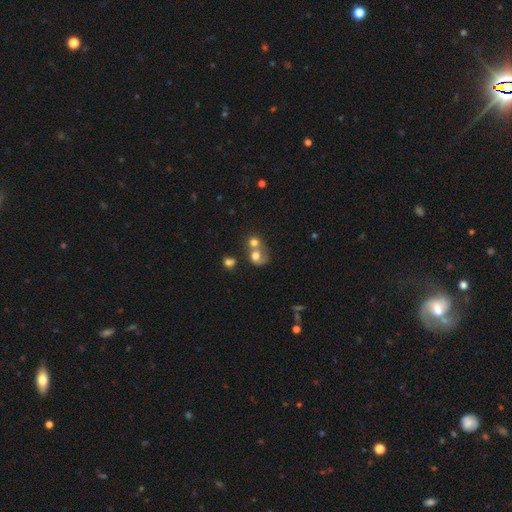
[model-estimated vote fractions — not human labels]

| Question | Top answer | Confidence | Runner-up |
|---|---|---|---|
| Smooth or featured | smooth | 65% | featured or disk (23%) |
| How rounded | round | 67% | in between (32%) |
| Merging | merger | 64% | none (22%) |